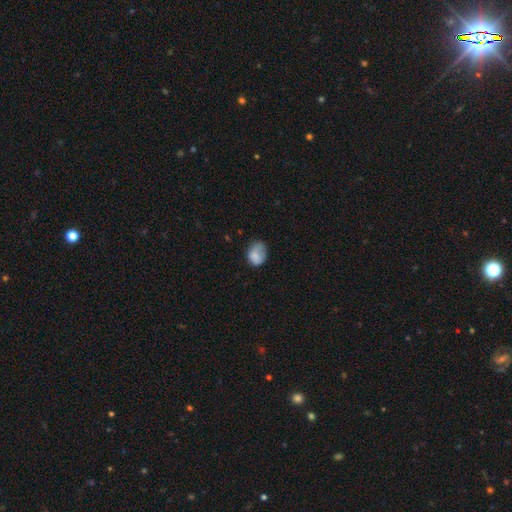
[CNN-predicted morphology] Smooth or featured? smooth (80%)
How rounded? in between (63%)
Merging? none (44%)